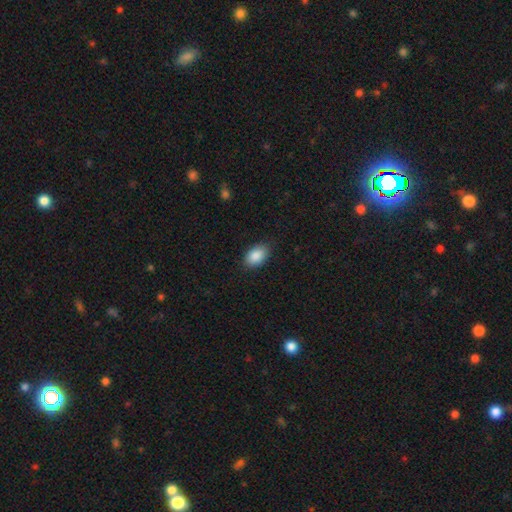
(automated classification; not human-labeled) Morphology: type=smooth (89%); roundness=in between (90%); merging=none (85%).